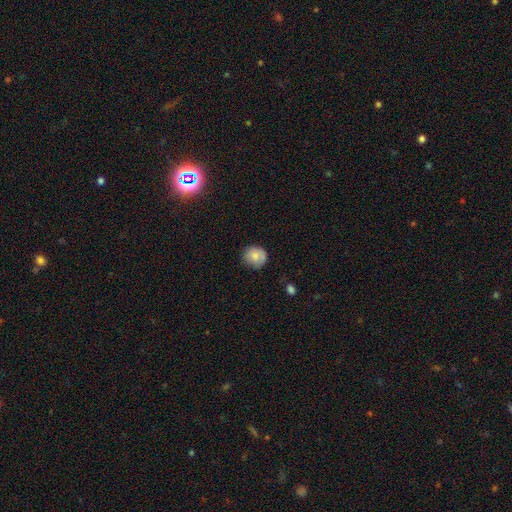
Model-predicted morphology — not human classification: The model was most divided on "merging": none: 74%, minor disturbance: 21%, major disturbance: 4%, merger: 1%. More confident: how rounded — round (85%); smooth or featured — smooth (80%).